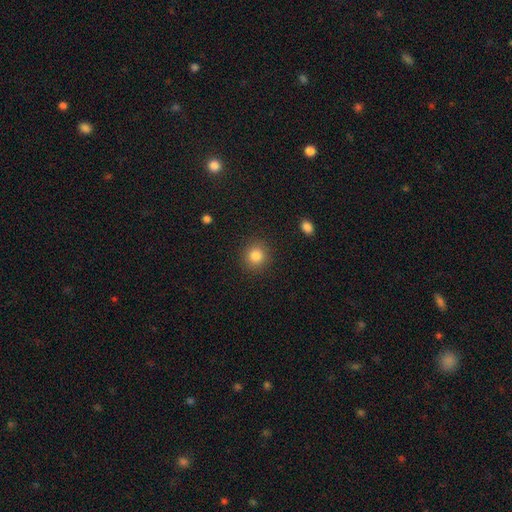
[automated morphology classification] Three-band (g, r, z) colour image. It shows a smooth galaxy with no disk features (84%) that is round (90%). Merging: none (90%).